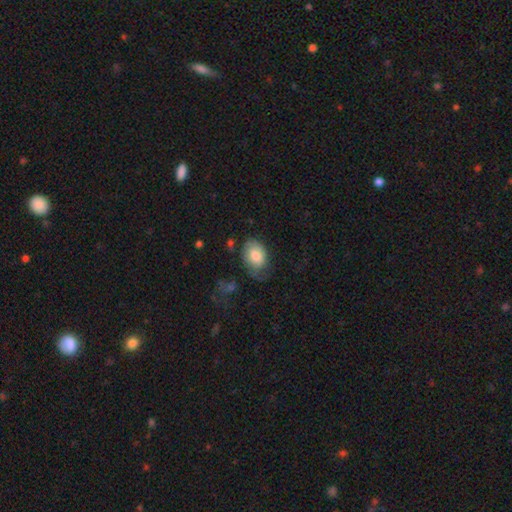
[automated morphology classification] smooth-or-featured: smooth: 73% | featured or disk: 20% | star or artifact: 7%
  how-rounded: in between: 77% | round: 22% | cigar-shaped: 1%
  merging: none: 48% | minor disturbance: 32% | major disturbance: 17% | merger: 3%